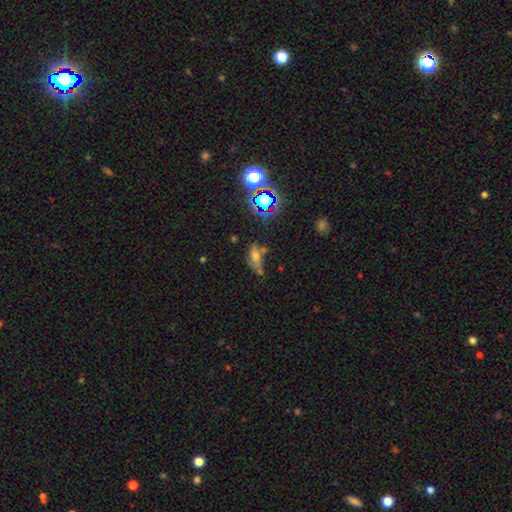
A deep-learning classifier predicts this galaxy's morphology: type=smooth (54%); roundness=in between (79%); merging=none (43%).